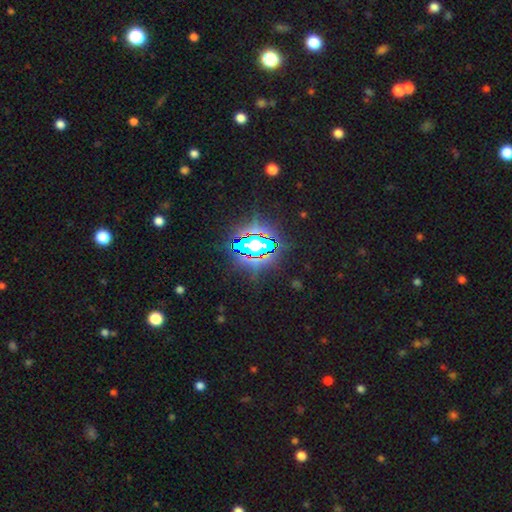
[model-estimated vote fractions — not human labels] The model was most divided on "smooth or featured": star or artifact: 81%, smooth: 11%, featured or disk: 8%.